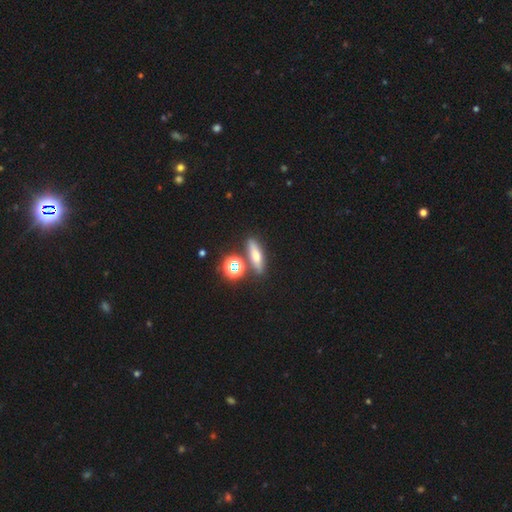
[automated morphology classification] smooth 49%, featured or disk 33%, star or artifact 19%. Down the decision tree: merging — none (77%).